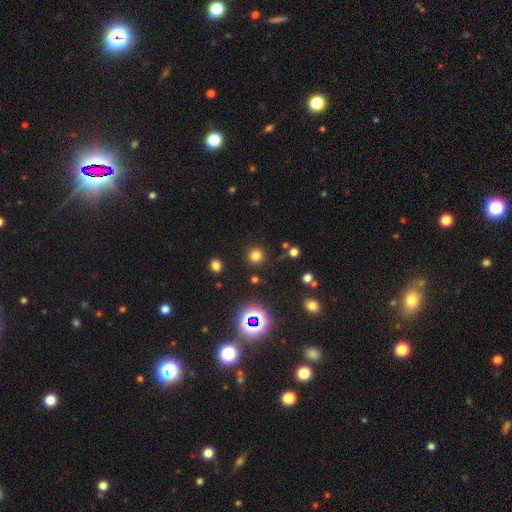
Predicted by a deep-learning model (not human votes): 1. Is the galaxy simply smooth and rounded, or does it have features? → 73% smooth, 22% star or artifact, 5% featured or disk.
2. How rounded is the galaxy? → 94% round, 5% in between, 1% cigar-shaped.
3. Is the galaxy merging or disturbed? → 89% none, 6% minor disturbance, 3% major disturbance, 3% merger.